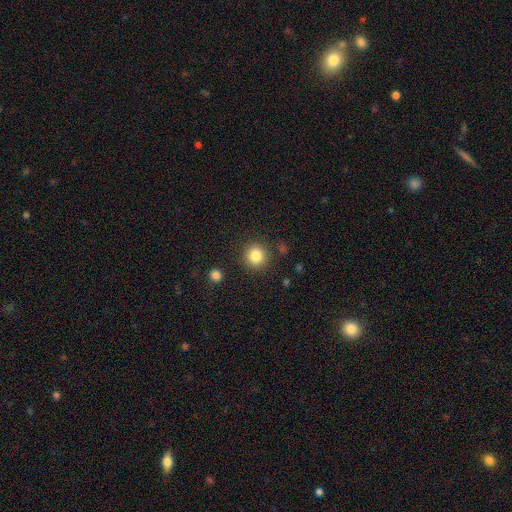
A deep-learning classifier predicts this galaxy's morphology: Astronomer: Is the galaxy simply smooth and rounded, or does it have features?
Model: smooth — 84%.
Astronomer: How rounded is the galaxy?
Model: round — 93%.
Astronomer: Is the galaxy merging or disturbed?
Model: none — 89%.